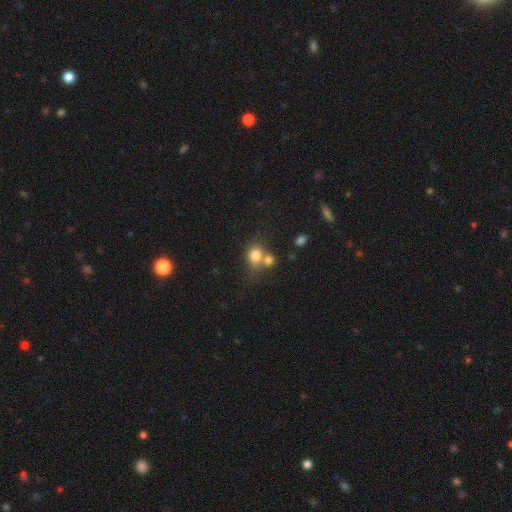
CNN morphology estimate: A smooth galaxy with no disk features (78%) that is round (62%).

Vote fractions:
- Smooth or featured? smooth: 78% / star or artifact: 11% / featured or disk: 11%
- How rounded? round: 62% / in between: 37% / cigar-shaped: 1%
- Merging? merger: 45% / none: 40% / minor disturbance: 10% / major disturbance: 5%